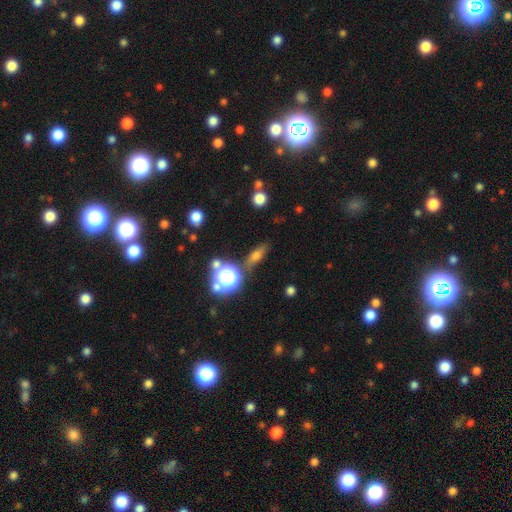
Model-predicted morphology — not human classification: Smooth or featured? smooth (52%)
How rounded? in between (42%)
Merging? none (78%)